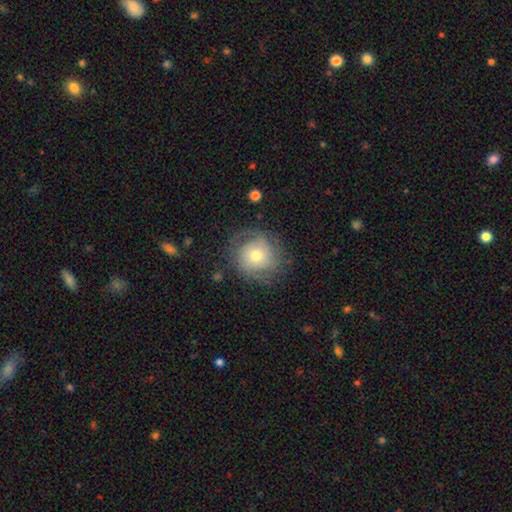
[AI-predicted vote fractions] Morphology: type=featured or disk (55%); edge-on=no (97%); bar=no (80%); spiral arms=yes (79%); bulge=moderate (56%); merging=none (73%).